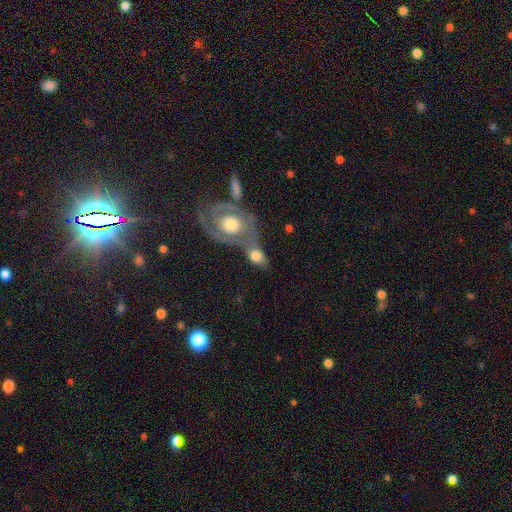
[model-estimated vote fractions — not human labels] Morphology: type=smooth (57%); roundness=in between (74%); merging=merger (56%).